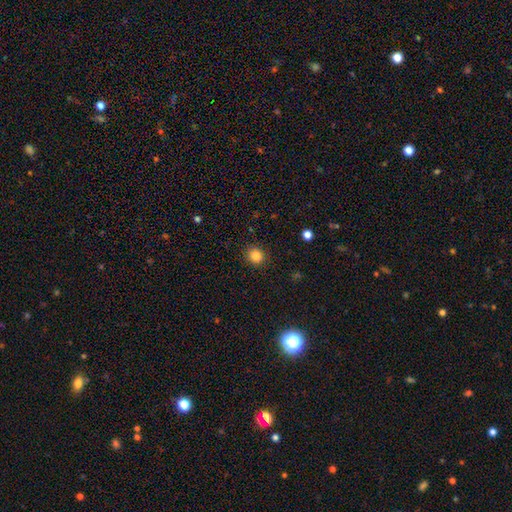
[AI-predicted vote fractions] A smooth galaxy with no disk features (85%) that is round (88%). Merging: none (91%).